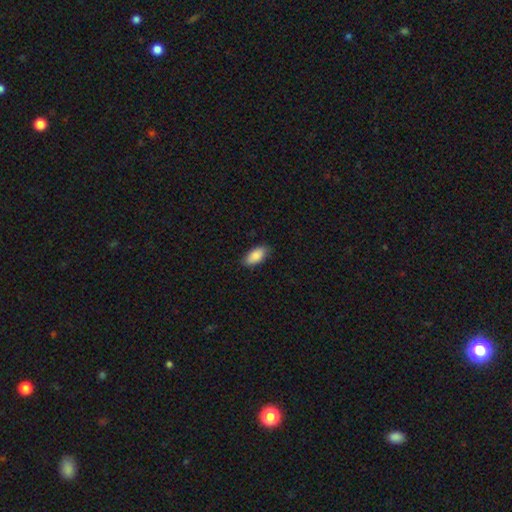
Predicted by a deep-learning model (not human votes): Overall: smooth (88%). How rounded: in between (92%). Merging: none (84%).